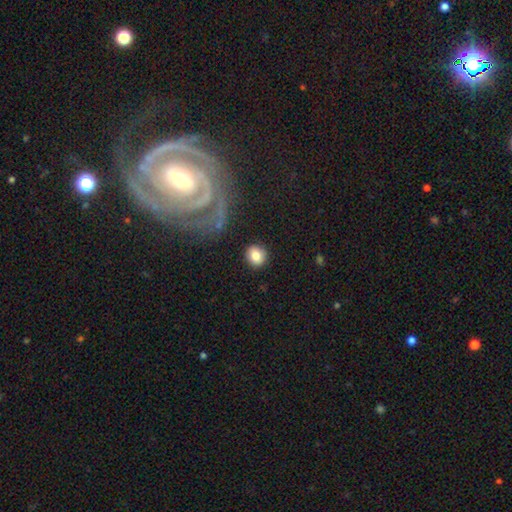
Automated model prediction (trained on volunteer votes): Q: Smooth or featured?
A: smooth (82%); runner-up: featured or disk (9%)
Q: How rounded?
A: round (84%); runner-up: in between (15%)
Q: Merging?
A: none (89%); runner-up: minor disturbance (7%)